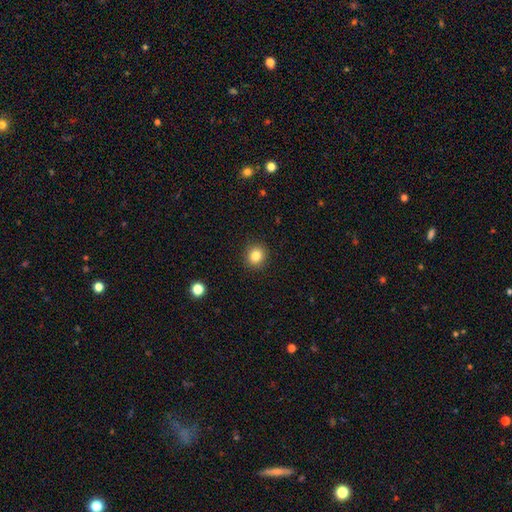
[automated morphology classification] Smooth or featured? Predicted: smooth (p=0.84). How rounded? Predicted: round (p=0.82). Merging? Predicted: none (p=0.91).